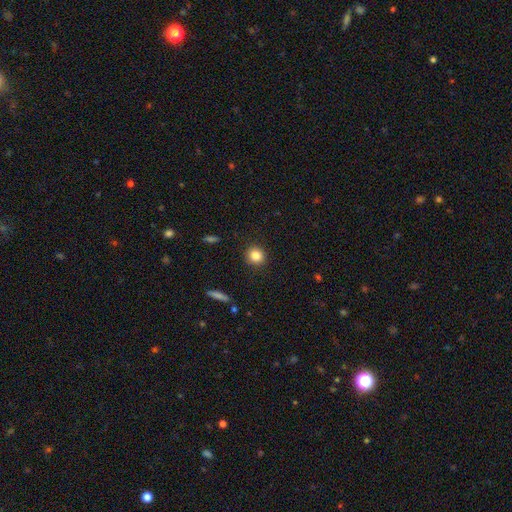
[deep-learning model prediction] Smooth or featured? smooth (84%)
How rounded? round (90%)
Merging? none (91%)